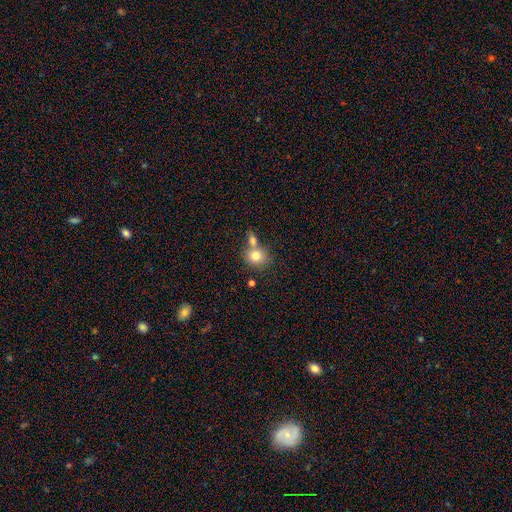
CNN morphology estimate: Smooth or featured? smooth (78%)
How rounded? round (71%)
Merging? none (45%)